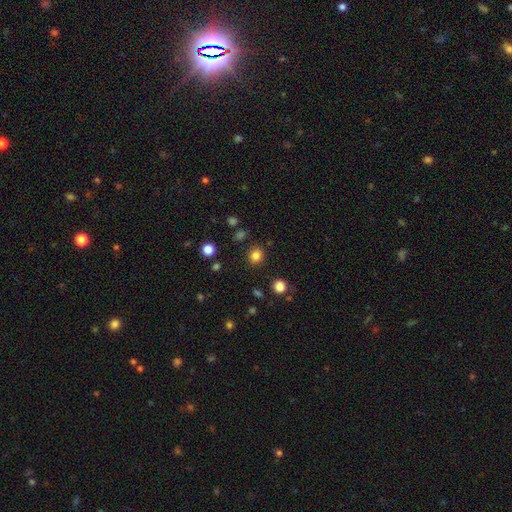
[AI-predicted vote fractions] A smooth galaxy with no disk features (82%) that is round (81%).

Vote fractions:
- Smooth or featured? smooth: 82% / star or artifact: 13% / featured or disk: 4%
- How rounded? round: 81% / in between: 19% / cigar-shaped: 1%
- Merging? none: 88% / minor disturbance: 7% / major disturbance: 3% / merger: 2%